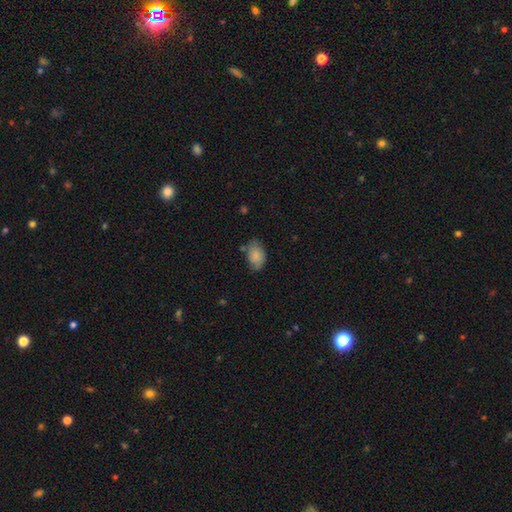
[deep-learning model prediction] Smooth or featured? Predicted: smooth (p=0.82). How rounded? Predicted: in between (p=0.90). Merging? Predicted: none (p=0.62).